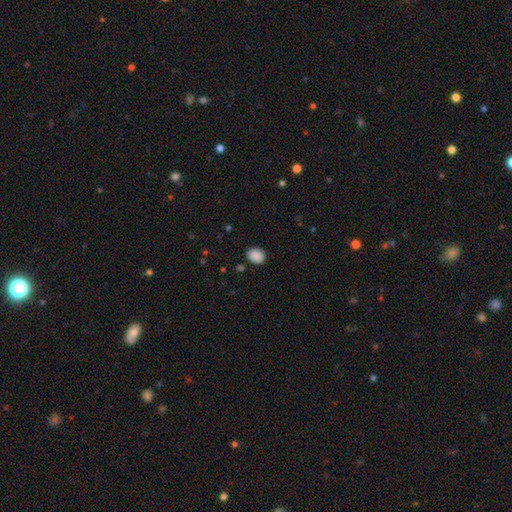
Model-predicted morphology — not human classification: Smooth or featured?
  - smooth: 89% *
  - star or artifact: 8%
  - featured or disk: 3%
How rounded?
  - in between: 56% *
  - round: 43%
  - cigar-shaped: 1%
Merging?
  - none: 87% *
  - minor disturbance: 9%
  - major disturbance: 2%
  - merger: 2%